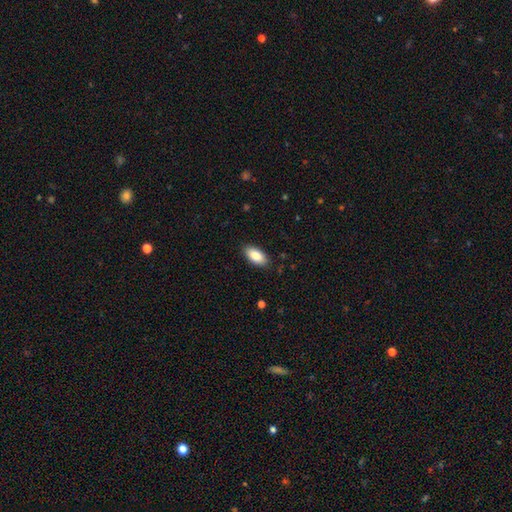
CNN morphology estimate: A smooth galaxy with no disk features (87%) that is in between round and cigar-shaped (92%).

Vote fractions:
- Smooth or featured? smooth: 87% / star or artifact: 6% / featured or disk: 6%
- How rounded? in between: 92% / cigar-shaped: 6% / round: 2%
- Merging? none: 88% / minor disturbance: 9% / major disturbance: 2% / merger: 1%